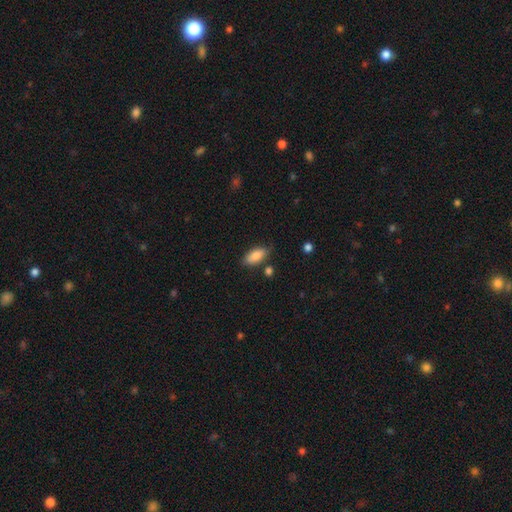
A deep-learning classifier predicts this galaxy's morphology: smooth_or_featured: smooth (p=0.85) [alt: featured or disk p=0.09]
how_rounded: in between (p=0.87) [alt: cigar-shaped p=0.11]
merging: none (p=0.75) [alt: minor disturbance p=0.17]